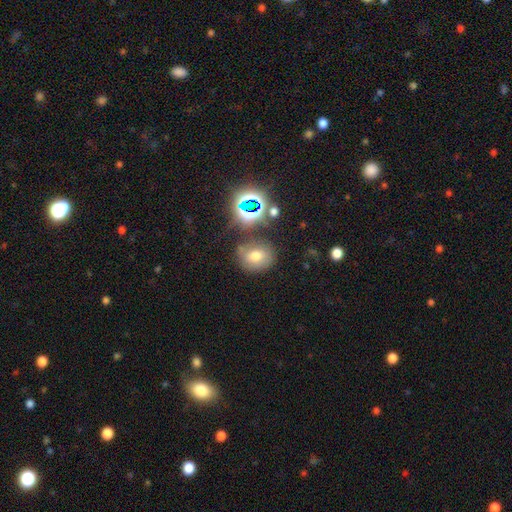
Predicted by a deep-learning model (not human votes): Smooth or featured? smooth (60%)
How rounded? round (59%)
Merging? none (68%)